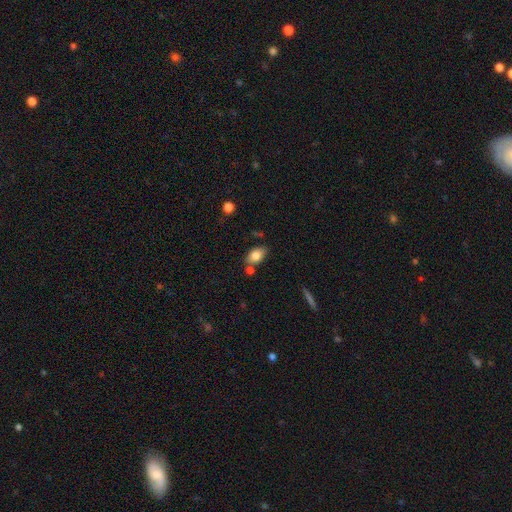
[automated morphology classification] Q: Smooth or featured?
A: smooth (81%); runner-up: featured or disk (11%)
Q: How rounded?
A: in between (89%); runner-up: round (9%)
Q: Merging?
A: none (71%); runner-up: minor disturbance (14%)